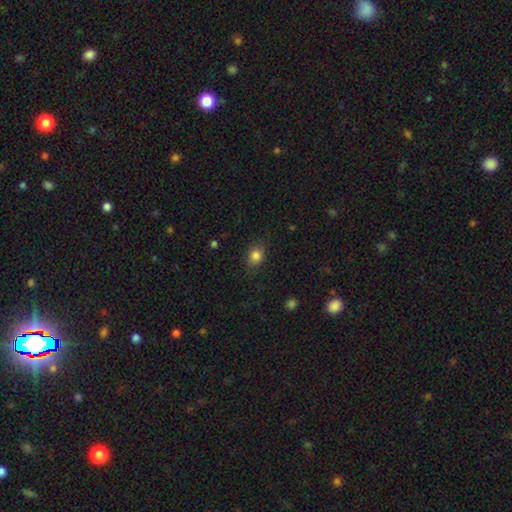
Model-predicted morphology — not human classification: type=smooth (83%); roundness=in between (51%); merging=none (81%).